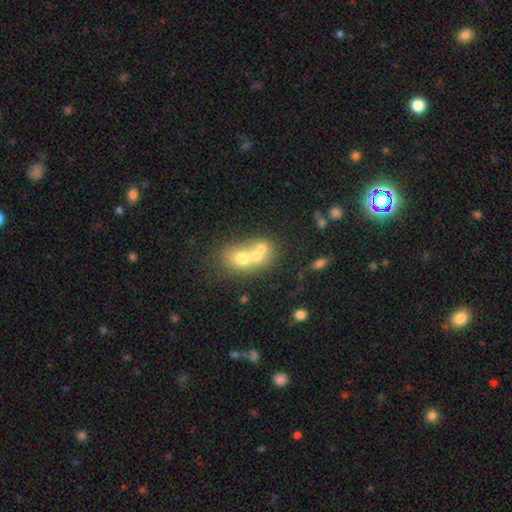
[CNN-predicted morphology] Overall: smooth (57%; featured or disk 31%). How rounded: round (52%; in between 47%). Merging: merger (68%).